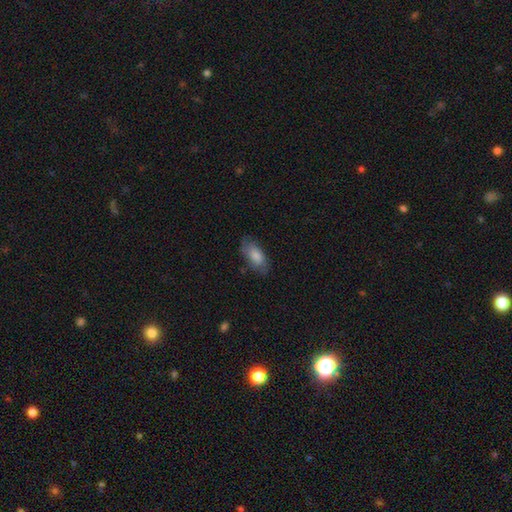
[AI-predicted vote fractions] Overall: smooth (79%). How rounded: in between (89%). Merging: none (74%).